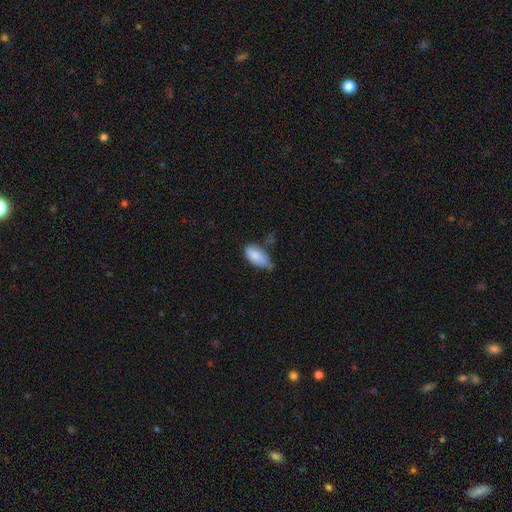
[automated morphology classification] Q: Smooth or featured?
A: smooth (85%); runner-up: featured or disk (8%)
Q: How rounded?
A: in between (92%); runner-up: cigar-shaped (6%)
Q: Merging?
A: minor disturbance (43%); runner-up: none (41%)